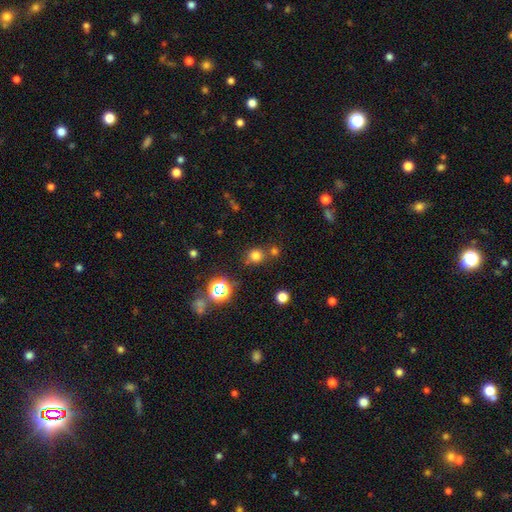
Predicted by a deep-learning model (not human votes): smooth 70%, star or artifact 24%, featured or disk 6%. Down the decision tree: how rounded — round (86%); merging — none (72%).